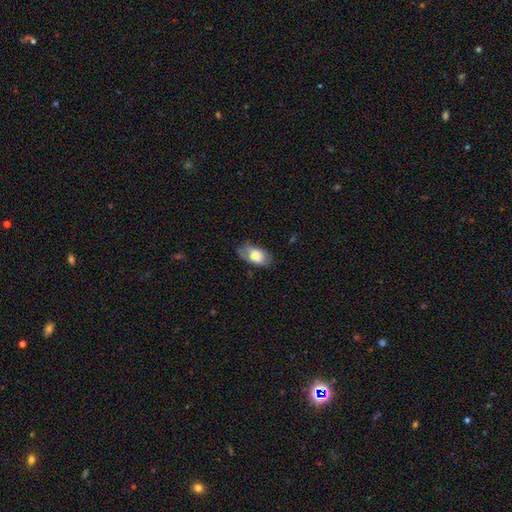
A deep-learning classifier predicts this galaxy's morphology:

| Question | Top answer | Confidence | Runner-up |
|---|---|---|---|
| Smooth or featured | smooth | 68% | featured or disk (25%) |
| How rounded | in between | 92% | round (5%) |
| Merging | none | 65% | minor disturbance (25%) |